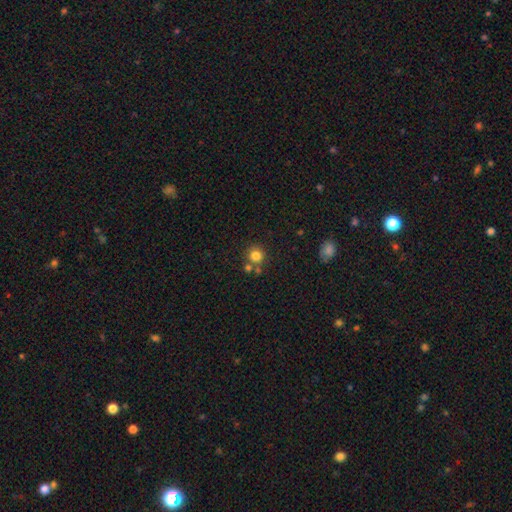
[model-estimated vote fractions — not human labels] Morphology: type=smooth (80%); roundness=round (91%); merging=none (69%).